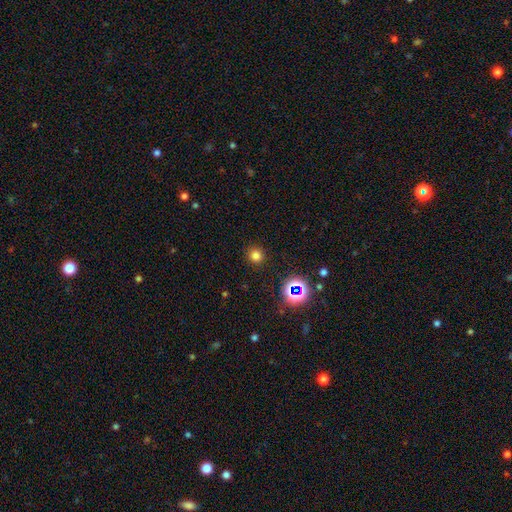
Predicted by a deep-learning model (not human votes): smooth_or_featured: smooth (p=0.75) [alt: star or artifact p=0.20]
how_rounded: round (p=0.93) [alt: in between p=0.06]
merging: none (p=0.90) [alt: minor disturbance p=0.06]